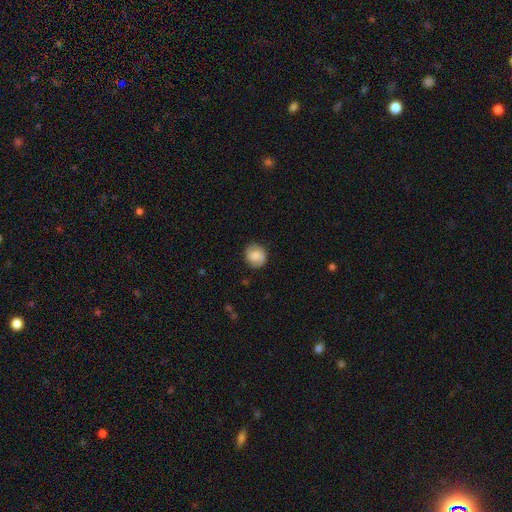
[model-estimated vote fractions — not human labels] This appears to be a smooth galaxy with no disk features (72%) that is round (83%). Merging: none (82%).